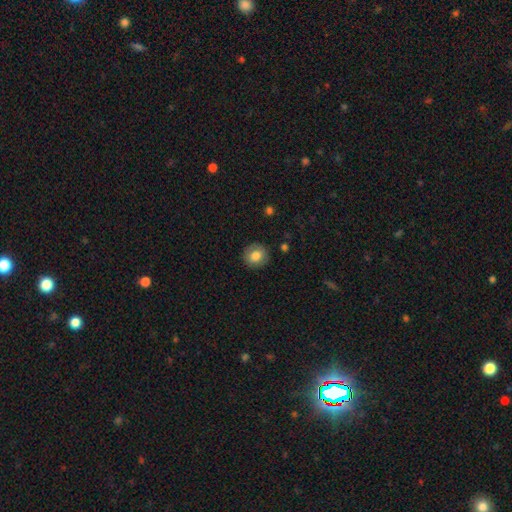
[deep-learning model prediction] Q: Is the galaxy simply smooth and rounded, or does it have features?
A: smooth — 81%.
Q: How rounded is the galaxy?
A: round — 90%.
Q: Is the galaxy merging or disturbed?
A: none — 89%.